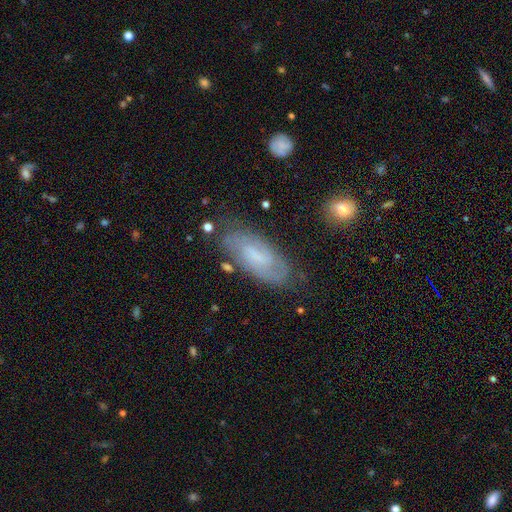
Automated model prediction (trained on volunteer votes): Smooth or featured: featured or disk — 58% (smooth — 34%)
Edge-on disk: no — 89% (yes — 11%)
Bar: weak — 48% (no — 42%)
Spiral arms: yes — 85% (no — 15%)
Bulge size: small — 44% (moderate — 26%)
Merging: none — 74% (minor disturbance — 18%)